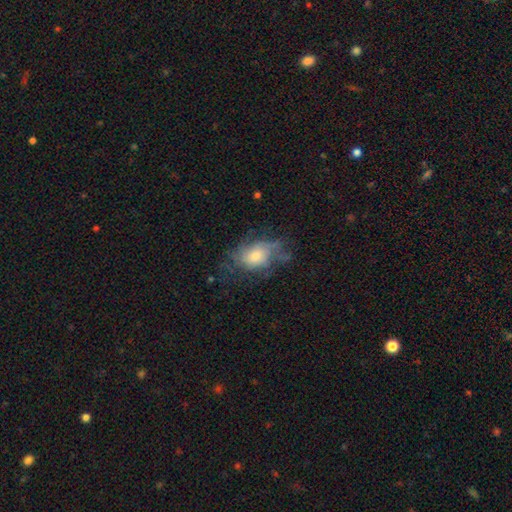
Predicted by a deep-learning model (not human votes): This appears to be a featured or disk galaxy (48%). Merging: none (48%).